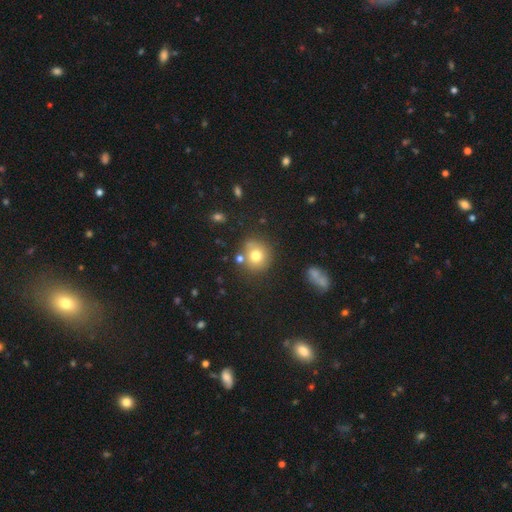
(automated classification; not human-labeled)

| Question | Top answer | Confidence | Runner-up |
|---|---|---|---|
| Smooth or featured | smooth | 75% | featured or disk (13%) |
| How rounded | round | 86% | in between (13%) |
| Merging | none | 73% | minor disturbance (13%) |